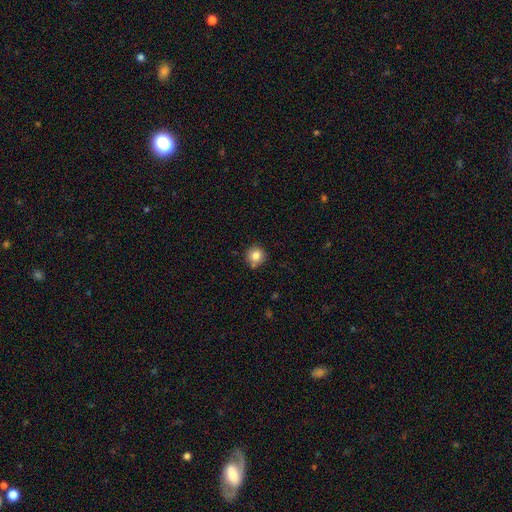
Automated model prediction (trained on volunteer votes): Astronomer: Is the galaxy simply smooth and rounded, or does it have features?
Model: smooth — 83%.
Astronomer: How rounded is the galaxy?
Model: round — 94%.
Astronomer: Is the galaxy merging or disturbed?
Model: none — 80%.